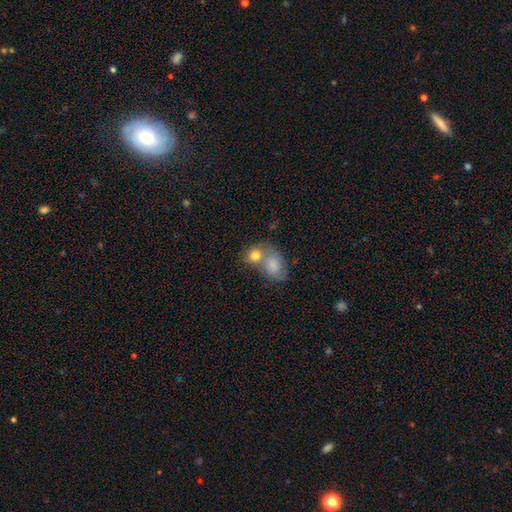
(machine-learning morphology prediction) Smooth or featured: smooth — 78% (featured or disk — 14%)
How rounded: round — 52% (in between — 47%)
Merging: merger — 57% (none — 29%)